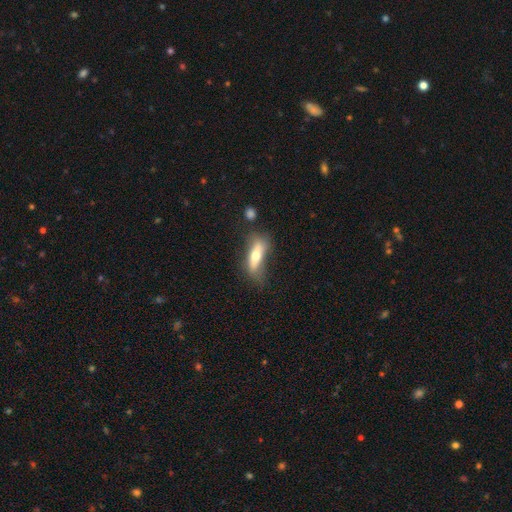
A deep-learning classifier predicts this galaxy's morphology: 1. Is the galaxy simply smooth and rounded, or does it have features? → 57% smooth, 36% featured or disk, 7% star or artifact.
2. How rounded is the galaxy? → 52% cigar-shaped, 45% in between, 3% round.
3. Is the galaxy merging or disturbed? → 55% none, 26% minor disturbance, 13% major disturbance, 6% merger.